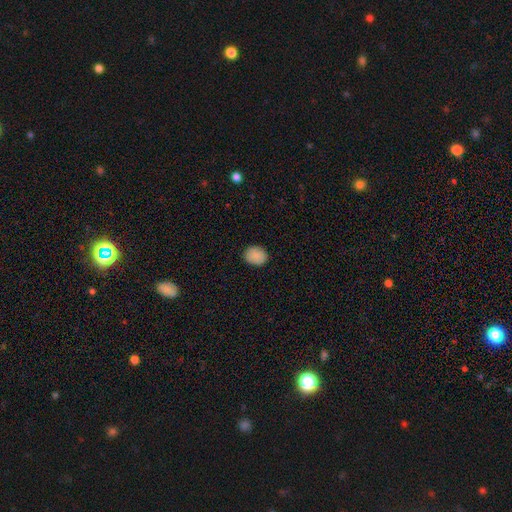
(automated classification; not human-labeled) Smooth or featured? Predicted: smooth (p=0.88). How rounded? Predicted: round (p=0.59). Merging? Predicted: none (p=0.88).